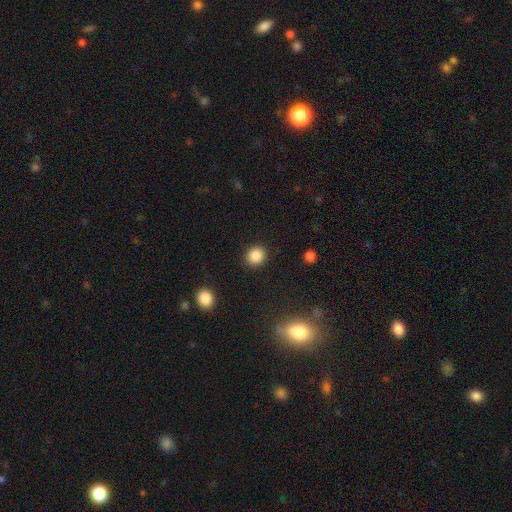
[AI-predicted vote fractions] This is clearly a smooth galaxy (86%). How rounded: likely round (78%). Merging: clearly none (90%).